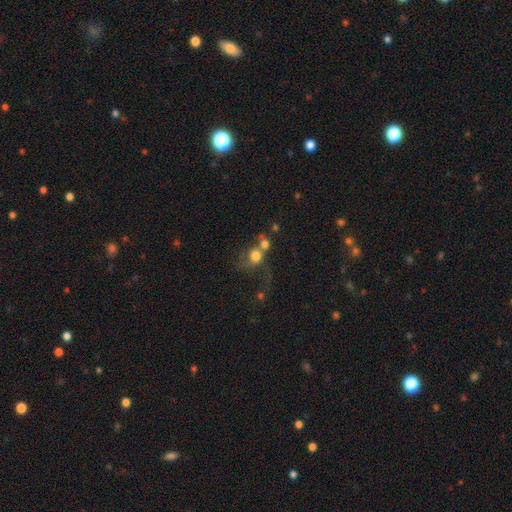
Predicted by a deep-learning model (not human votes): This is likely a smooth galaxy (69%). How rounded: likely round (72%). Merging: possibly merger (51%).